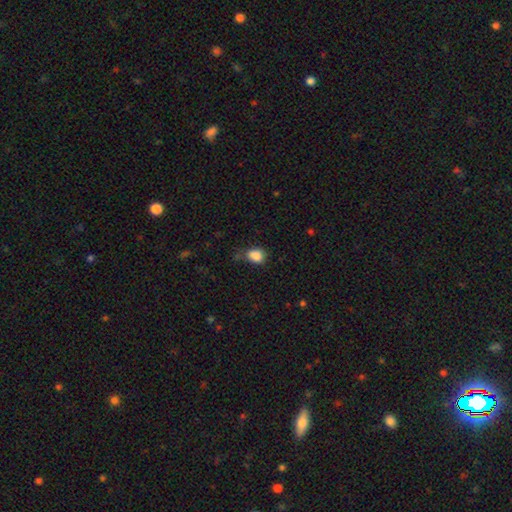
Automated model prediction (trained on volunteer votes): Overall: smooth (86%). How rounded: in between (59%; round 40%). Merging: none (62%; minor disturbance 27%).